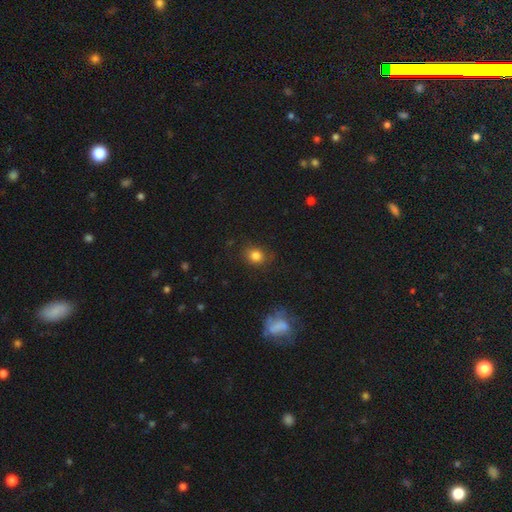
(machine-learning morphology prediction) Smooth or featured?
  - smooth: 81% *
  - star or artifact: 11%
  - featured or disk: 7%
How rounded?
  - round: 68% *
  - in between: 31%
  - cigar-shaped: 1%
Merging?
  - none: 78% *
  - minor disturbance: 15%
  - major disturbance: 5%
  - merger: 2%